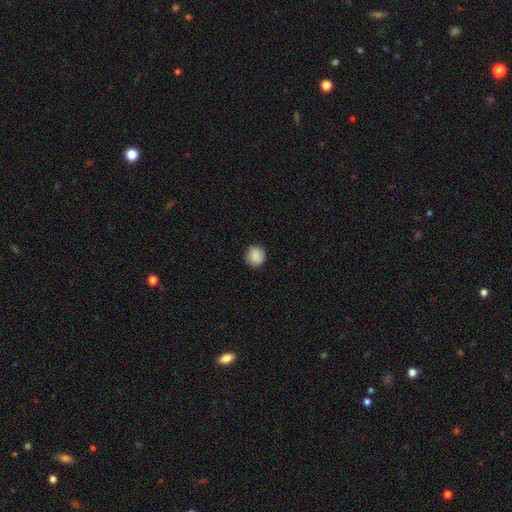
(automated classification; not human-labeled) Overall: smooth (87%). How rounded: round (93%). Merging: none (89%).